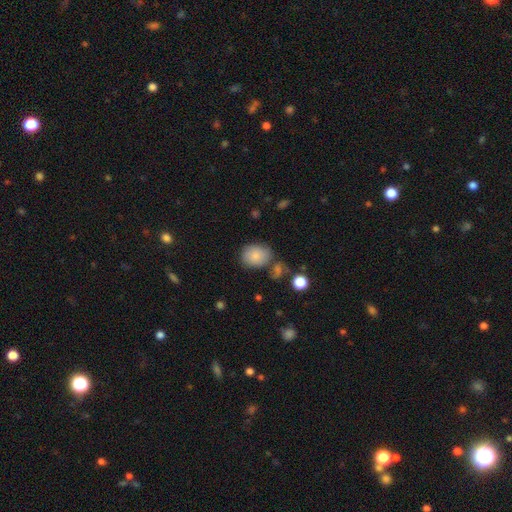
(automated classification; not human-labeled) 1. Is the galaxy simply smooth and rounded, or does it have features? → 81% smooth, 10% featured or disk, 8% star or artifact.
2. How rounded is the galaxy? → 51% in between, 48% round, 1% cigar-shaped.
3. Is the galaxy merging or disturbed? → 65% none, 18% minor disturbance, 12% merger, 6% major disturbance.